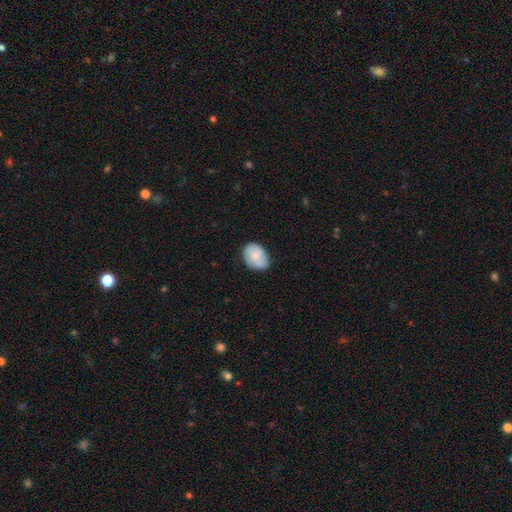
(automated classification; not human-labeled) smooth-or-featured: smooth: 72% | featured or disk: 21% | star or artifact: 7%
  how-rounded: in between: 69% | round: 30% | cigar-shaped: 1%
  merging: none: 67% | minor disturbance: 26% | major disturbance: 5% | merger: 2%